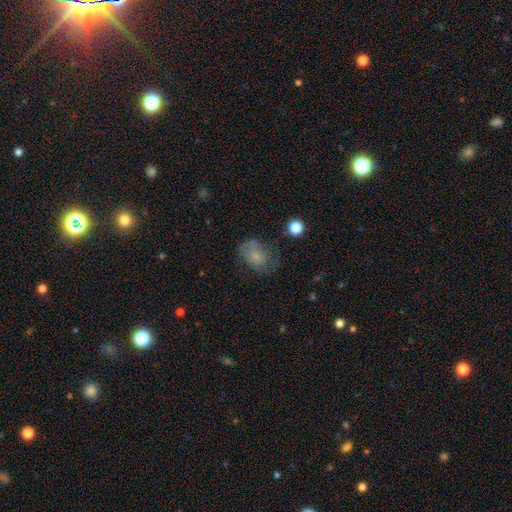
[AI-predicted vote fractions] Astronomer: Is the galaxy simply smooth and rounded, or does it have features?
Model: smooth — 70%.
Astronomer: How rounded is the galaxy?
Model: in between — 77%.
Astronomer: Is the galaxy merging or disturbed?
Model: none — 47% (runner-up: minor disturbance, 29%).